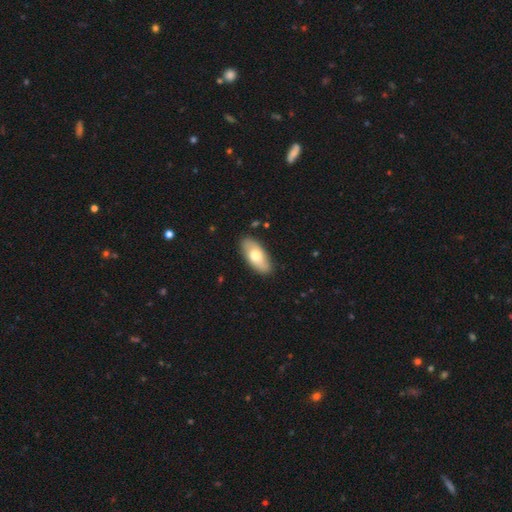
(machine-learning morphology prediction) The model was most divided on "smooth or featured": smooth: 67%, featured or disk: 28%, star or artifact: 5%. More confident: how rounded — in between (90%); merging — none (87%).